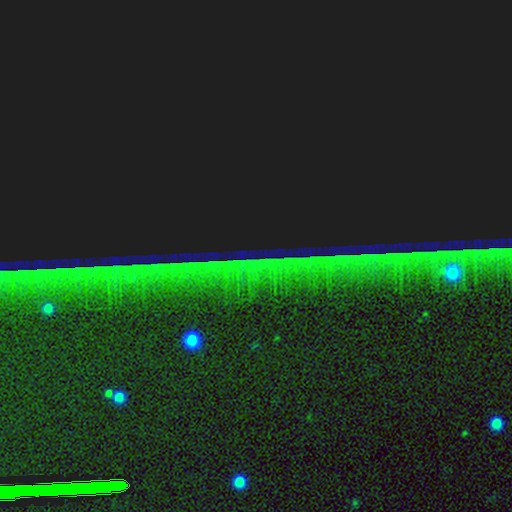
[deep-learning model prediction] Smooth or featured? star or artifact (87%)